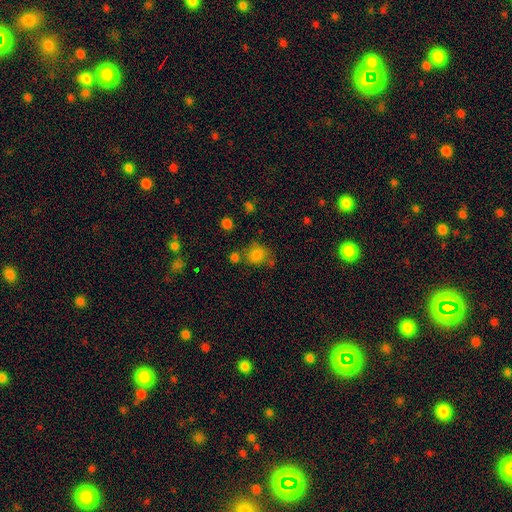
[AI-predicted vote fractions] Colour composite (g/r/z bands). It shows a smooth galaxy with no disk features (79%) that is round (68%). Merging: none (56%).